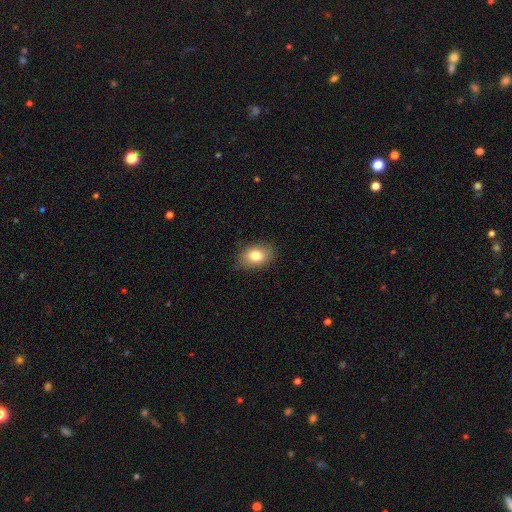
Q: Smooth or featured?
A: smooth (82%); runner-up: featured or disk (10%)
Q: How rounded?
A: in between (70%); runner-up: round (30%)
Q: Merging?
A: none (84%); runner-up: minor disturbance (14%)